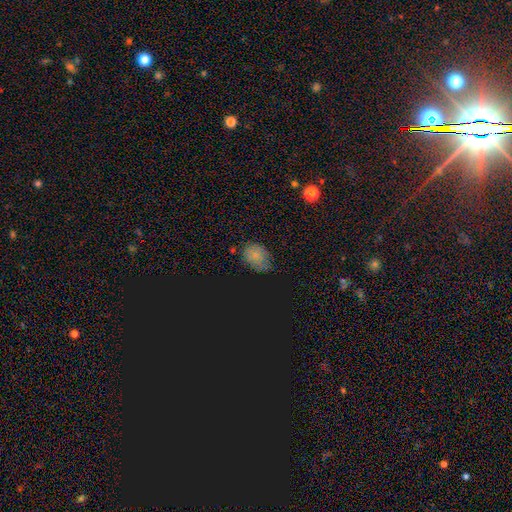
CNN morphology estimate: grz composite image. It shows a smooth galaxy with no disk features (69%) that is in between round and cigar-shaped (73%). Merging: none (68%).